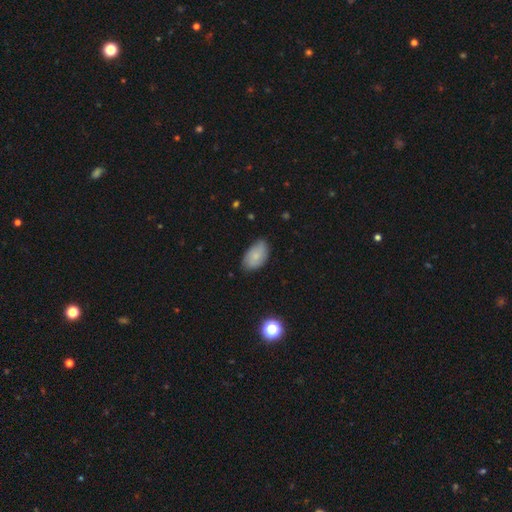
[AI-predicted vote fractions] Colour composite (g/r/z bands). It shows a smooth galaxy with no disk features (71%) that is in between round and cigar-shaped (92%). Merging: none (73%).